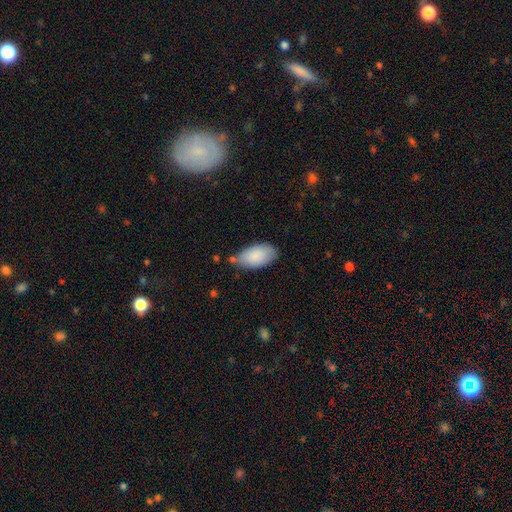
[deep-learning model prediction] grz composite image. It shows a smooth galaxy with no disk features (87%) that is in between round and cigar-shaped (95%). Merging: none (63%).